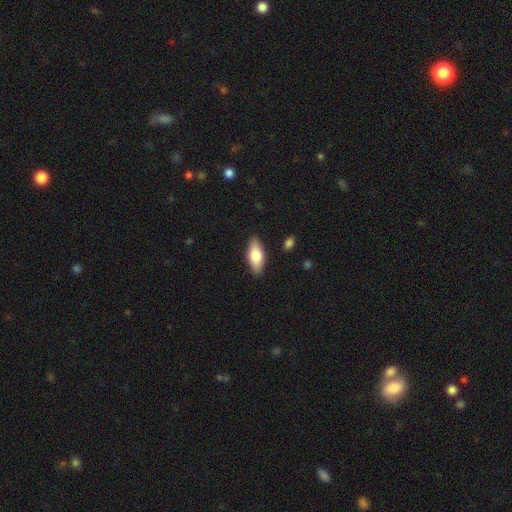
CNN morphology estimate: A smooth galaxy with no disk features (75%) that is in between round and cigar-shaped (81%).

Vote fractions:
- Smooth or featured? smooth: 75% / featured or disk: 19% / star or artifact: 6%
- How rounded? in between: 81% / cigar-shaped: 16% / round: 2%
- Merging? none: 87% / minor disturbance: 10% / major disturbance: 2% / merger: 1%